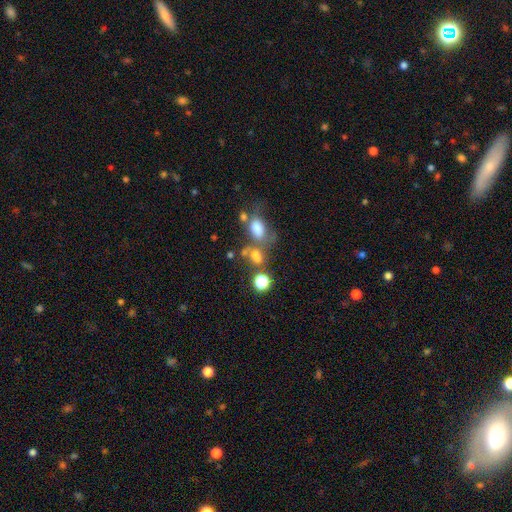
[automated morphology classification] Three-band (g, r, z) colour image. It shows a smooth galaxy with no disk features (68%) that is in between round and cigar-shaped (68%). Merging: merger (42%).